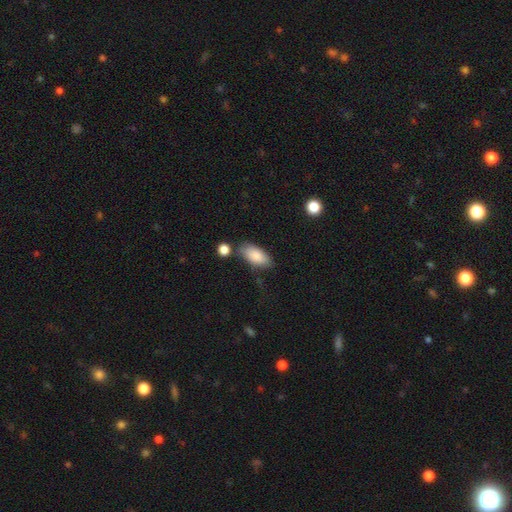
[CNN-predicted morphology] Q: Smooth or featured?
A: smooth (85%); runner-up: featured or disk (9%)
Q: How rounded?
A: in between (90%); runner-up: cigar-shaped (8%)
Q: Merging?
A: none (67%); runner-up: minor disturbance (19%)